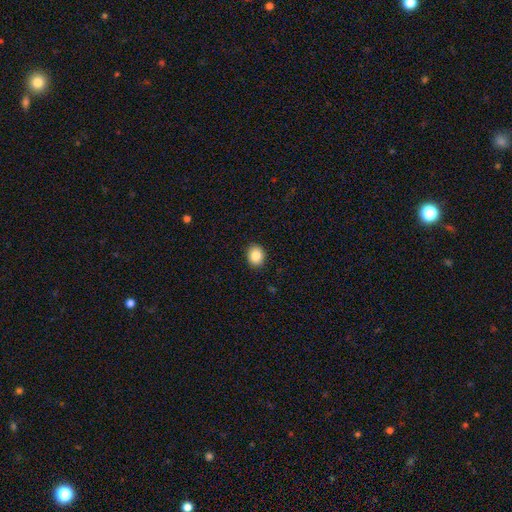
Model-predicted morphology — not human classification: type=smooth (87%); roundness=round (63%); merging=none (91%).